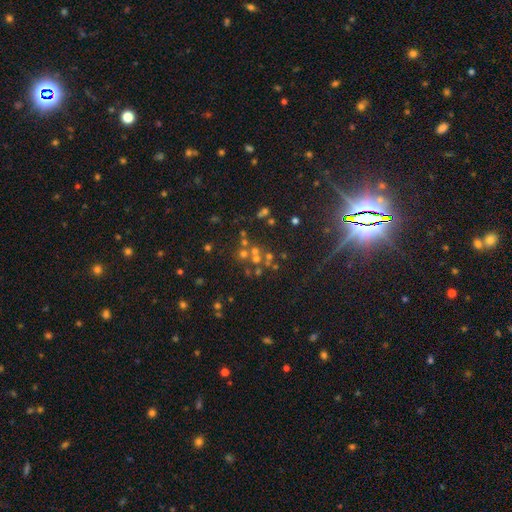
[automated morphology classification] A star or artifact, not a galaxy (58%).